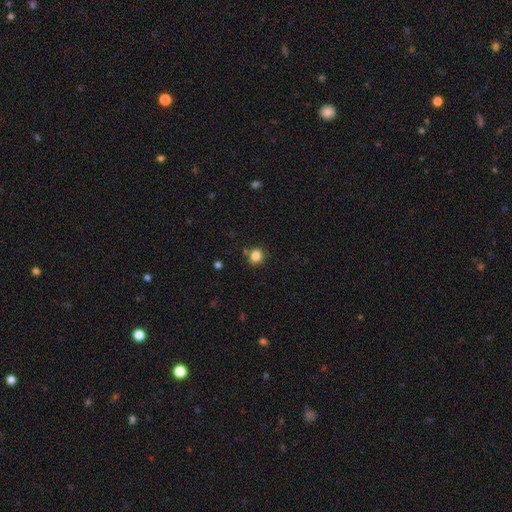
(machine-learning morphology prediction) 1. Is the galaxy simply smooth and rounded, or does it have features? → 84% smooth, 11% star or artifact, 4% featured or disk.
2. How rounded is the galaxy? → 85% round, 14% in between, 1% cigar-shaped.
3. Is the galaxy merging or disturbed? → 82% none, 10% minor disturbance, 5% merger, 3% major disturbance.